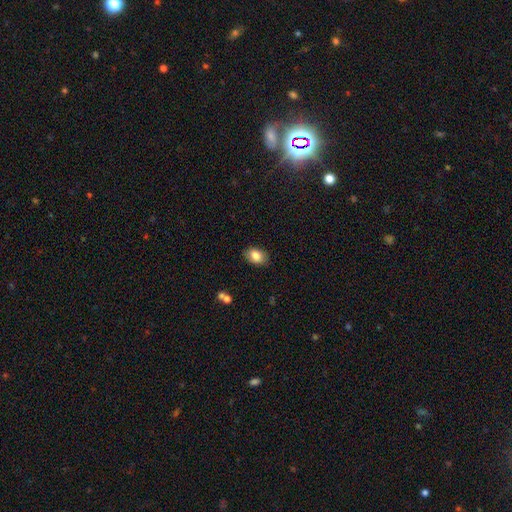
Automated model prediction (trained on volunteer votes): A smooth galaxy with no disk features (85%) that is in between round and cigar-shaped (84%). Merging: none (84%).